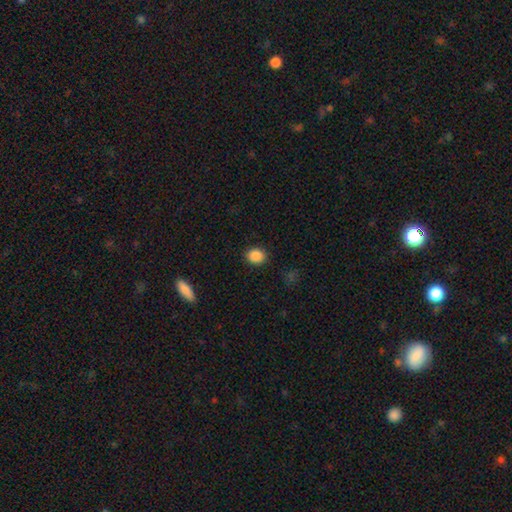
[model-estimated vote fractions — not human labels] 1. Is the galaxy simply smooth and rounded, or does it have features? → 87% smooth, 10% star or artifact, 3% featured or disk.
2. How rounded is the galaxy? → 66% round, 33% in between, 1% cigar-shaped.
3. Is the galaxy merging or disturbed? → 89% none, 7% minor disturbance, 2% major disturbance, 1% merger.